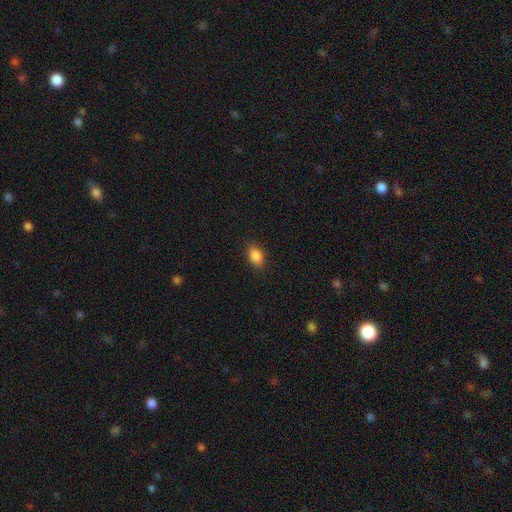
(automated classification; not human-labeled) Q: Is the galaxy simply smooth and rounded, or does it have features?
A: smooth — 87%.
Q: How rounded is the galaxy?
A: in between — 84%.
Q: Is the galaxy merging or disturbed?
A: none — 88%.